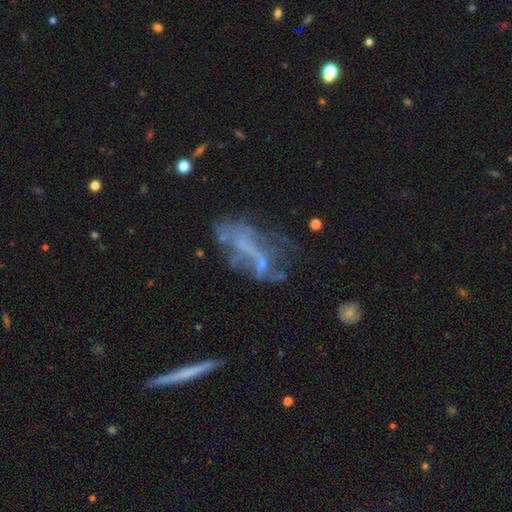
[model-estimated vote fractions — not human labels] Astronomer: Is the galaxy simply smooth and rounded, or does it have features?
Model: featured or disk — 60%.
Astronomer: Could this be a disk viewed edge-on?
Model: no — 87%.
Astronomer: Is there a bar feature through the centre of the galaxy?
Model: no — 66%.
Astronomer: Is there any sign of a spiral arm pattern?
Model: no — 76%.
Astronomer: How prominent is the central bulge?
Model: none — 65%.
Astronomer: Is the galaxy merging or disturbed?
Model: none — 35% (runner-up: major disturbance, 33%).